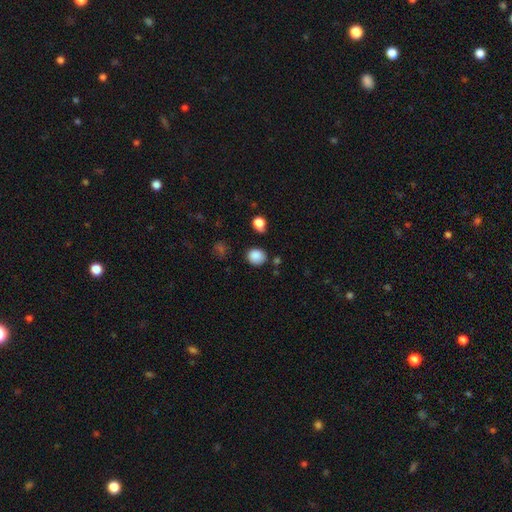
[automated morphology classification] This appears to be a smooth galaxy with no disk features (85%) that is round (81%). Merging: none (80%).